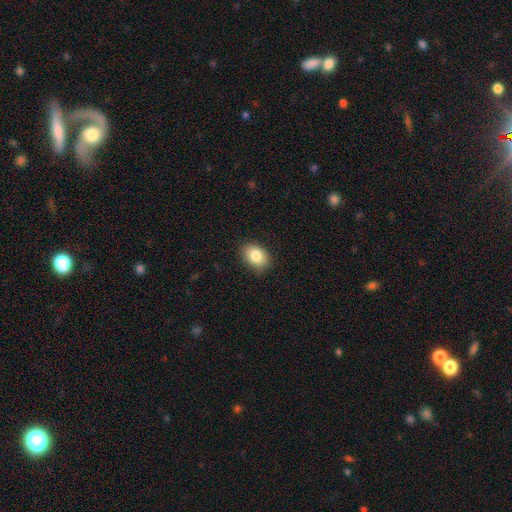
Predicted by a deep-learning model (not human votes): Morphology: type=smooth (85%); roundness=in between (77%); merging=none (86%).